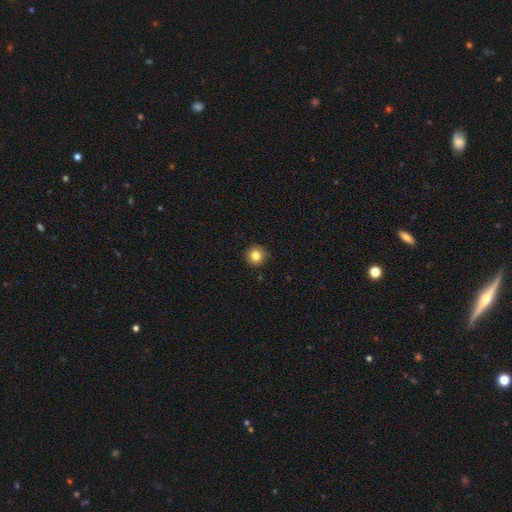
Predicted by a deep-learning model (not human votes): A smooth galaxy with no disk features (83%) that is round (92%).

Vote fractions:
- Smooth or featured? smooth: 83% / star or artifact: 11% / featured or disk: 7%
- How rounded? round: 92% / in between: 7% / cigar-shaped: 1%
- Merging? none: 88% / minor disturbance: 9% / major disturbance: 2% / merger: 1%